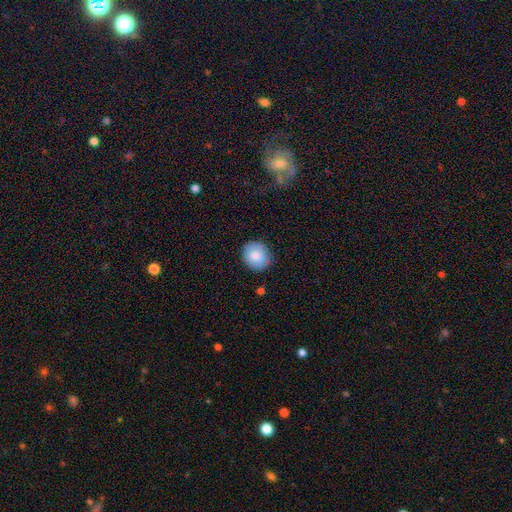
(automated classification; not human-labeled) Overall: smooth (82%). How rounded: round (81%). Merging: none (86%).